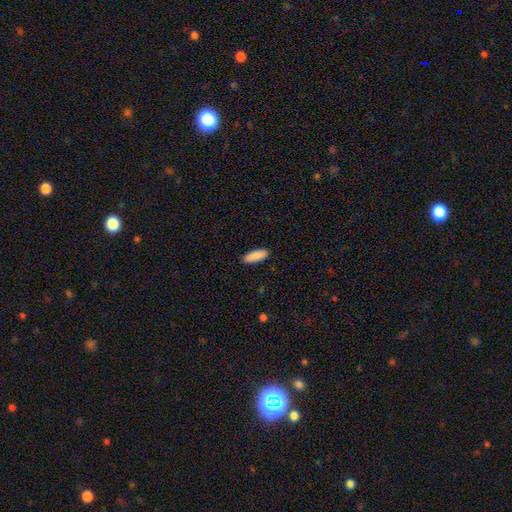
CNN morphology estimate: This appears to be a smooth galaxy with no disk features (90%) that is in between round and cigar-shaped (66%). Merging: none (90%).